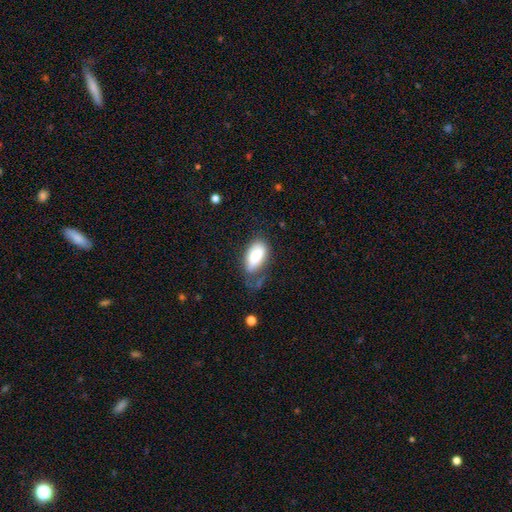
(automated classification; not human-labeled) This appears to be a smooth galaxy with no disk features (83%) that is in between round and cigar-shaped (93%). Merging: none (42%).